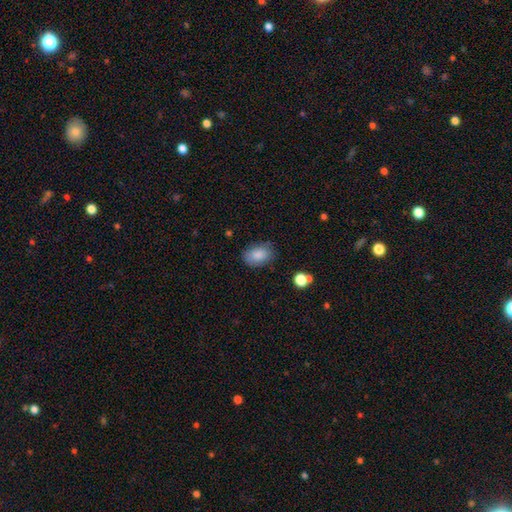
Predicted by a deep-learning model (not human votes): smooth-or-featured: smooth: 83% | star or artifact: 9% | featured or disk: 7%
  how-rounded: in between: 85% | round: 14% | cigar-shaped: 1%
  merging: none: 81% | minor disturbance: 14% | major disturbance: 3% | merger: 2%